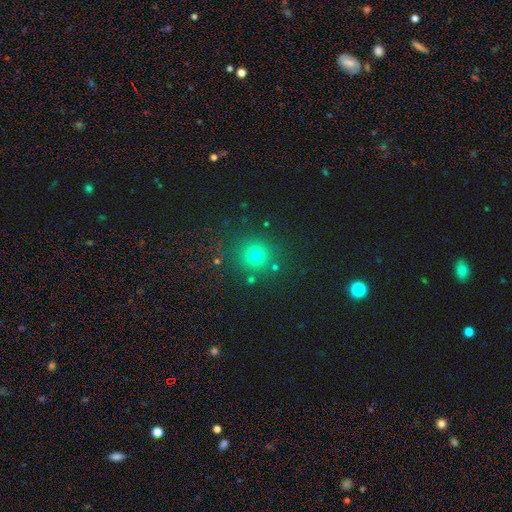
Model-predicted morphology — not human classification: A smooth galaxy with no disk features (74%) that is round (93%). Merging: none (85%).